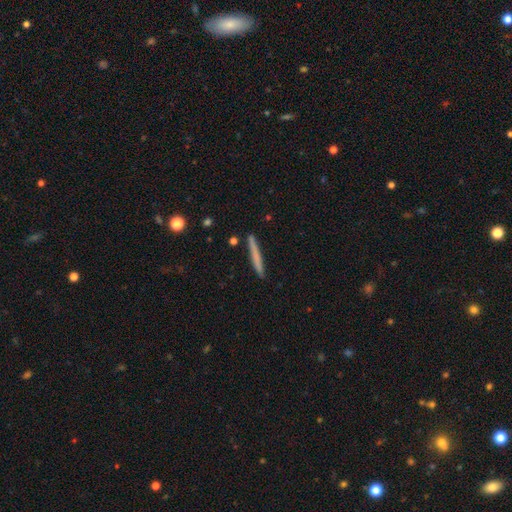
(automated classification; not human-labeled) Smooth or featured? smooth (65%)
How rounded? cigar-shaped (97%)
Merging? none (90%)